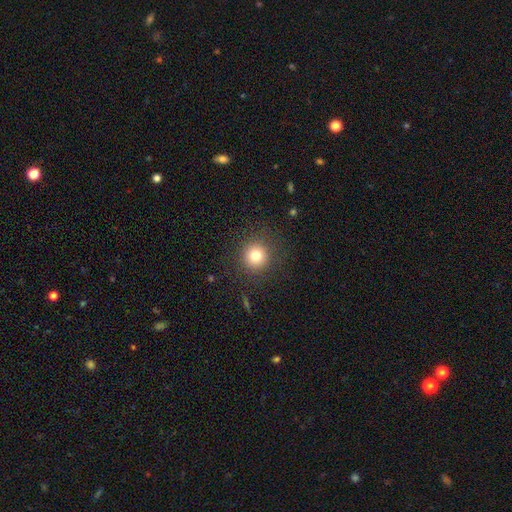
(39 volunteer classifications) A smooth galaxy with no disk features (74%) that is round (100%).

Vote fractions:
- Smooth or featured? smooth: 74% / featured or disk: 15% / star or artifact: 10%
- How rounded? round: 100% / in between: 0% / cigar-shaped: 0%
- Merging? none: 94% / minor disturbance: 6% / major disturbance: 0% / merger: 0%